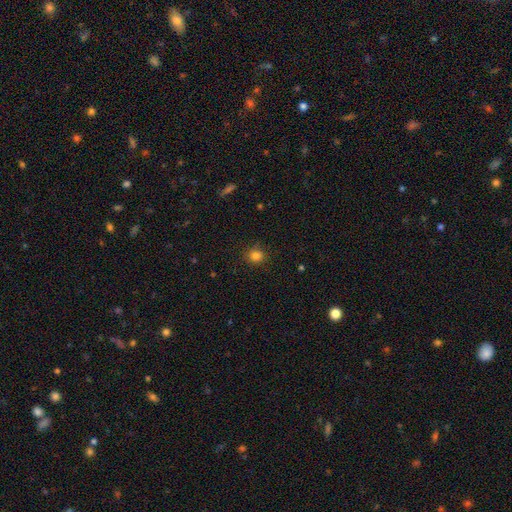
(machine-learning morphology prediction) Q: Smooth or featured?
A: smooth (82%); runner-up: star or artifact (14%)
Q: How rounded?
A: round (83%); runner-up: in between (16%)
Q: Merging?
A: none (85%); runner-up: minor disturbance (11%)